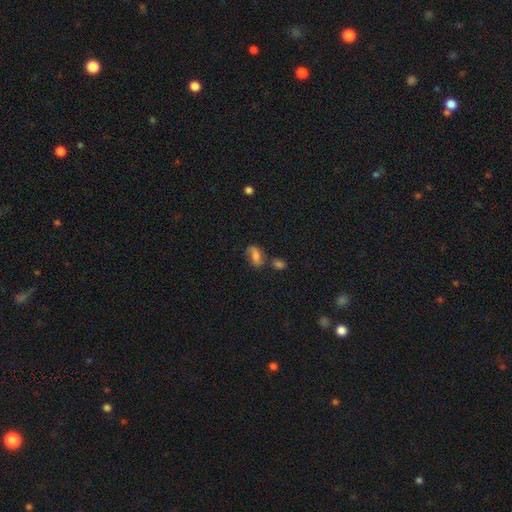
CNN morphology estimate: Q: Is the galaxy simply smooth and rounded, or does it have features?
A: smooth — 60%.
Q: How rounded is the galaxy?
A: in between — 86%.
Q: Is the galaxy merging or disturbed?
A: none — 47%.